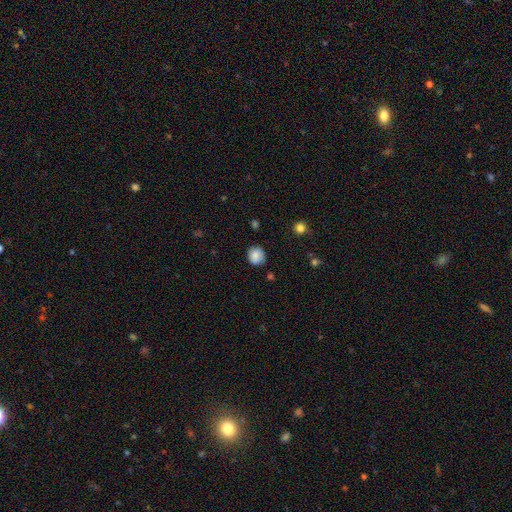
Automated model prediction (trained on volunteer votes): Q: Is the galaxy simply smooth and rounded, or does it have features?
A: smooth — 83%.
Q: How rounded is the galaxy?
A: round — 81%.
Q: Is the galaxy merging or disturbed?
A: none — 80%.